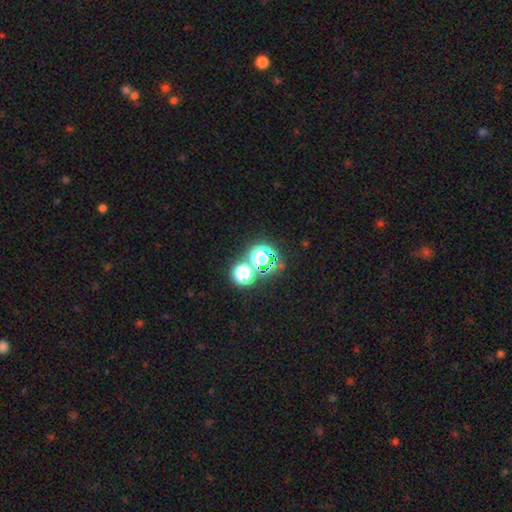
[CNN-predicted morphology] Smooth or featured? star or artifact (67%)